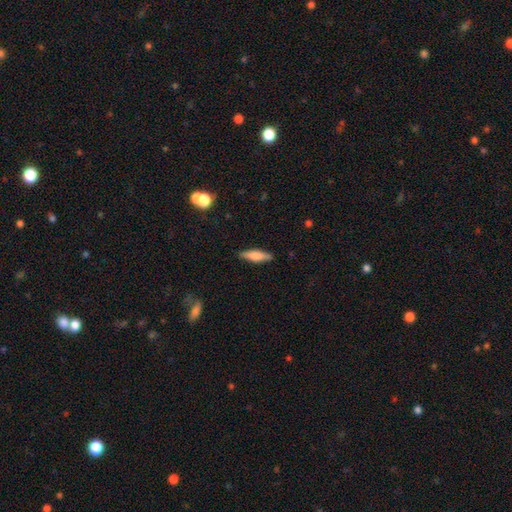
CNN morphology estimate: smooth-or-featured: smooth: 67% | featured or disk: 27% | star or artifact: 6%
  how-rounded: cigar-shaped: 65% | in between: 33% | round: 2%
  merging: none: 86% | minor disturbance: 10% | major disturbance: 2% | merger: 1%